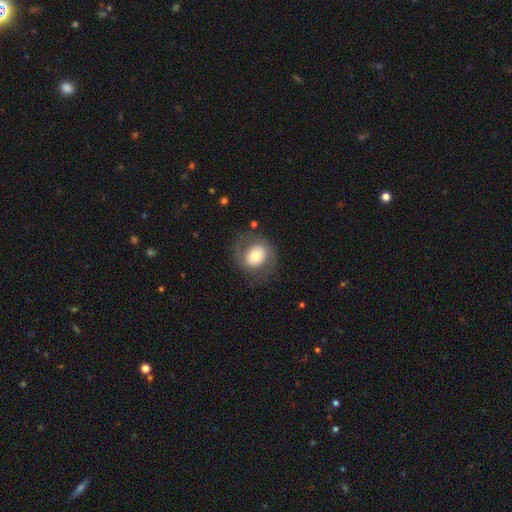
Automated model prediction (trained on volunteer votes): Smooth or featured? Predicted: smooth (p=0.51). How rounded? Predicted: round (p=0.72). Merging? Predicted: none (p=0.73).